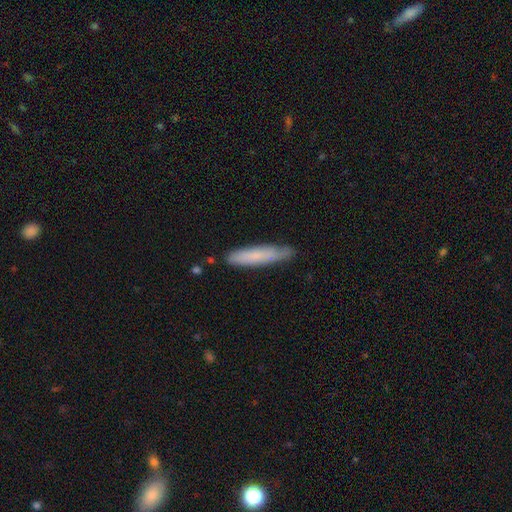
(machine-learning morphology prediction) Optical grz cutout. It shows a smooth galaxy with no disk features (74%) that is cigar-shaped (87%). Merging: none (76%).